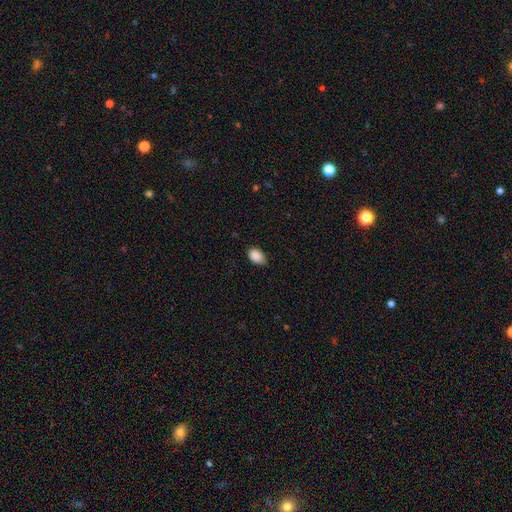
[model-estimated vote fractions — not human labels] A smooth galaxy with no disk features (89%) that is in between round and cigar-shaped (85%).

Vote fractions:
- Smooth or featured? smooth: 89% / star or artifact: 8% / featured or disk: 3%
- How rounded? in between: 85% / round: 14% / cigar-shaped: 1%
- Merging? none: 73% / minor disturbance: 22% / major disturbance: 3% / merger: 1%